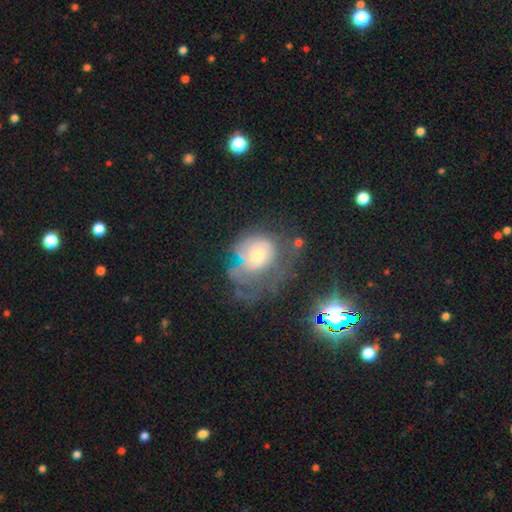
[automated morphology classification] smooth-or-featured: featured or disk: 49% | smooth: 35% | star or artifact: 16%
  merging: major disturbance: 41% | none: 30% | minor disturbance: 23% | merger: 6%